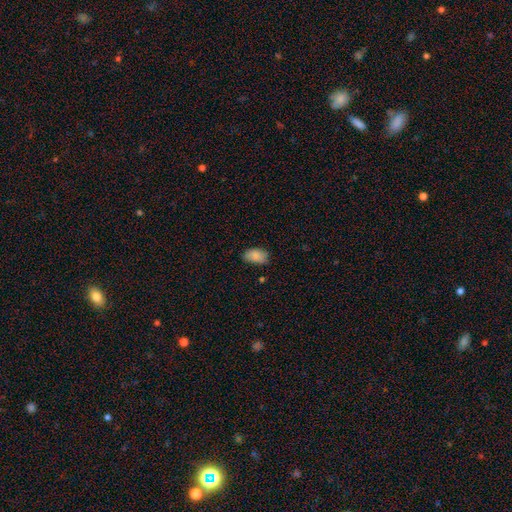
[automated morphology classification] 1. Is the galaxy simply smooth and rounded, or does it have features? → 86% smooth, 8% star or artifact, 6% featured or disk.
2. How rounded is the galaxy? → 91% in between, 7% round, 2% cigar-shaped.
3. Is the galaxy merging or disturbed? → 67% none, 27% minor disturbance, 5% major disturbance, 2% merger.